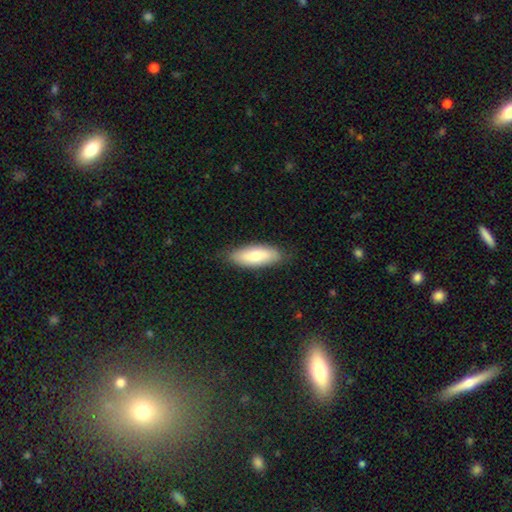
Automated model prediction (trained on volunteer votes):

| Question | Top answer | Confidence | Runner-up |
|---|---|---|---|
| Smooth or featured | smooth | 75% | featured or disk (20%) |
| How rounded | in between | 76% | cigar-shaped (22%) |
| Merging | none | 84% | minor disturbance (12%) |